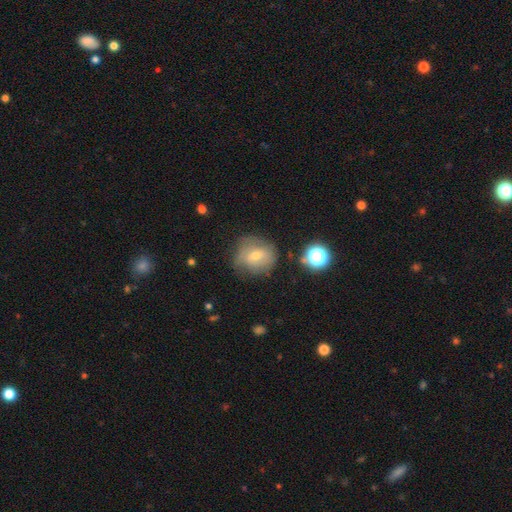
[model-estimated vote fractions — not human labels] This appears to be a smooth galaxy with no disk features (53%) that is round (76%). Merging: none (61%).